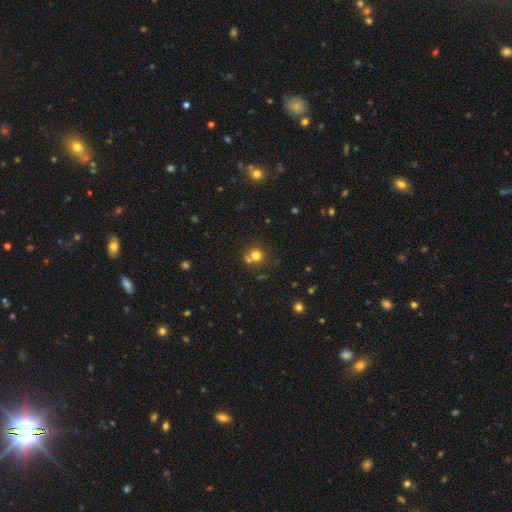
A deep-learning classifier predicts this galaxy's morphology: Smooth or featured? smooth (75%)
How rounded? round (87%)
Merging? none (62%)